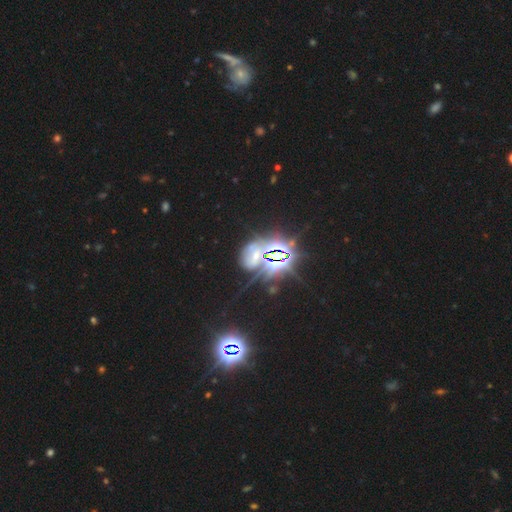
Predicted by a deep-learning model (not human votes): smooth_or_featured: star or artifact (p=0.68) [alt: featured or disk p=0.18]